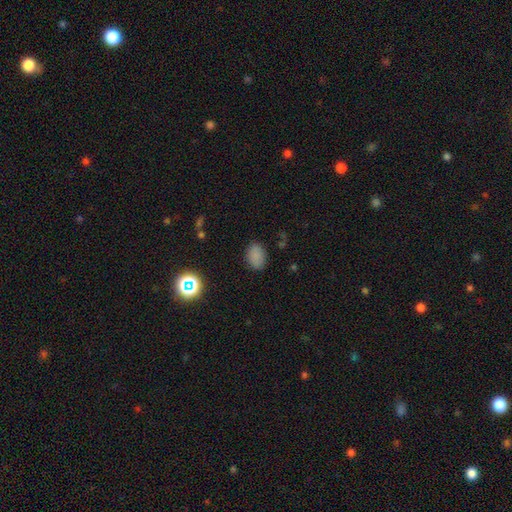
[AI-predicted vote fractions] Q: Smooth or featured?
A: smooth (81%); runner-up: star or artifact (13%)
Q: How rounded?
A: in between (83%); runner-up: round (16%)
Q: Merging?
A: none (83%); runner-up: minor disturbance (12%)